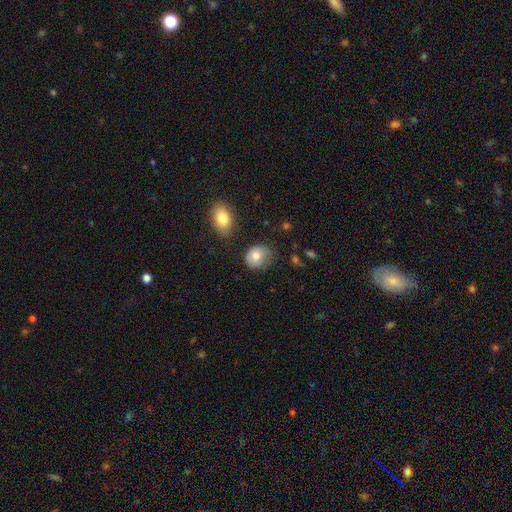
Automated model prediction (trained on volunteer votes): Smooth or featured?
  - smooth: 78% *
  - featured or disk: 14%
  - star or artifact: 8%
How rounded?
  - round: 53% *
  - in between: 46%
  - cigar-shaped: 1%
Merging?
  - none: 53% *
  - minor disturbance: 33%
  - major disturbance: 11%
  - merger: 3%